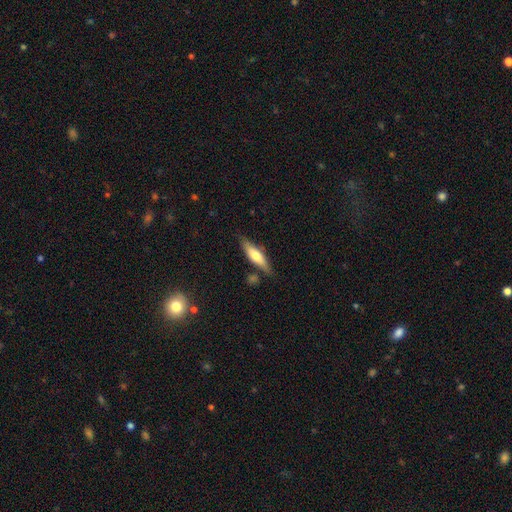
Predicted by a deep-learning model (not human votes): smooth-or-featured: smooth: 50% | featured or disk: 44% | star or artifact: 6%
  merging: none: 77% | minor disturbance: 14% | merger: 6% | major disturbance: 3%